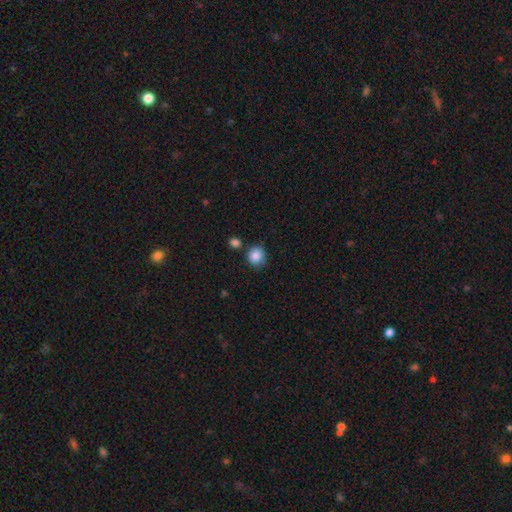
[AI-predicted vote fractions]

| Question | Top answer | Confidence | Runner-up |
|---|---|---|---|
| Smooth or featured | smooth | 87% | star or artifact (9%) |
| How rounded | round | 83% | in between (16%) |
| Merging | none | 72% | minor disturbance (15%) |